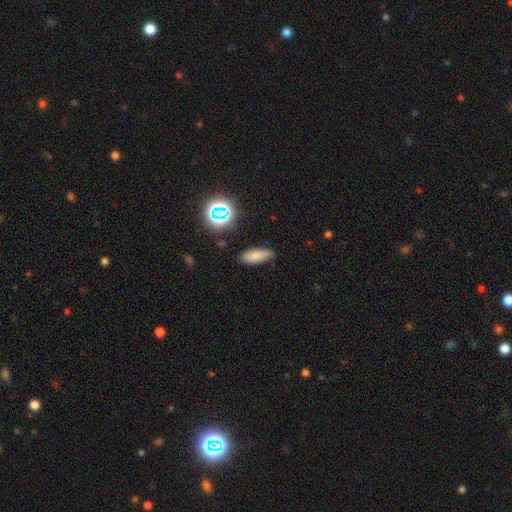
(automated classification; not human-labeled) Overall: smooth (75%). How rounded: in between (64%; cigar-shaped 32%). Merging: none (76%).